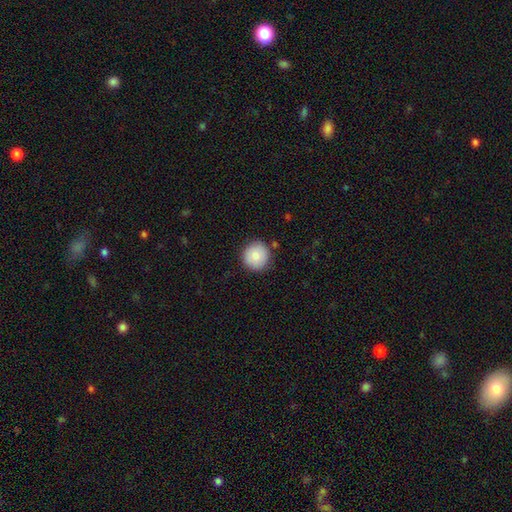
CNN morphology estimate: Q: Smooth or featured?
A: smooth (84%); runner-up: featured or disk (8%)
Q: How rounded?
A: round (94%); runner-up: in between (5%)
Q: Merging?
A: none (88%); runner-up: minor disturbance (9%)